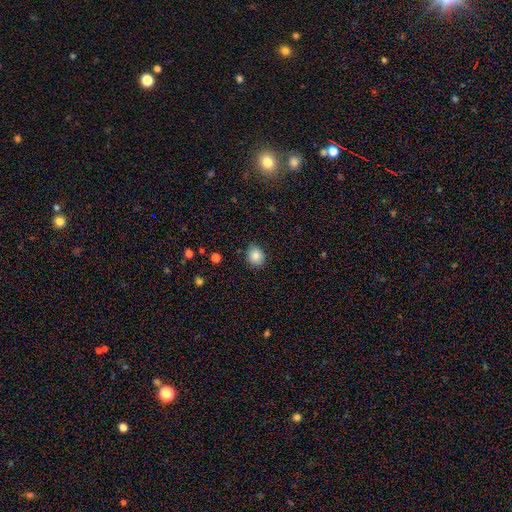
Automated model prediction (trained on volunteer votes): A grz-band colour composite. It shows a smooth galaxy with no disk features (85%) that is round (67%). Merging: none (85%).